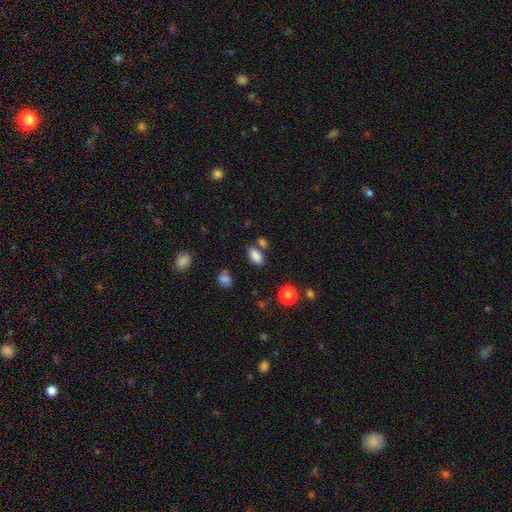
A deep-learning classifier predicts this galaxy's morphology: Q: Smooth or featured?
A: smooth (85%); runner-up: star or artifact (10%)
Q: How rounded?
A: in between (90%); runner-up: round (7%)
Q: Merging?
A: none (69%); runner-up: merger (15%)